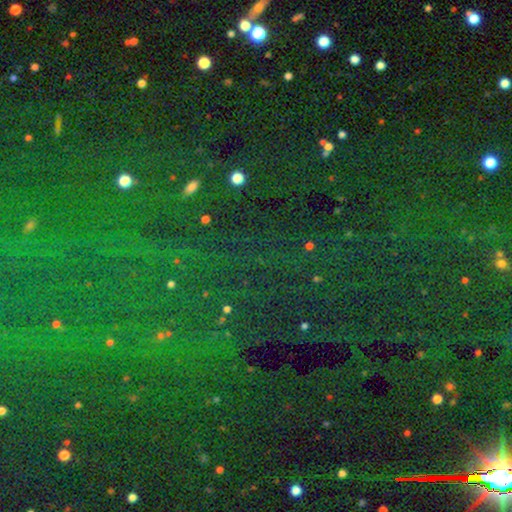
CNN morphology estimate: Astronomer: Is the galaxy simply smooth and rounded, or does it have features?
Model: star or artifact — 83%.